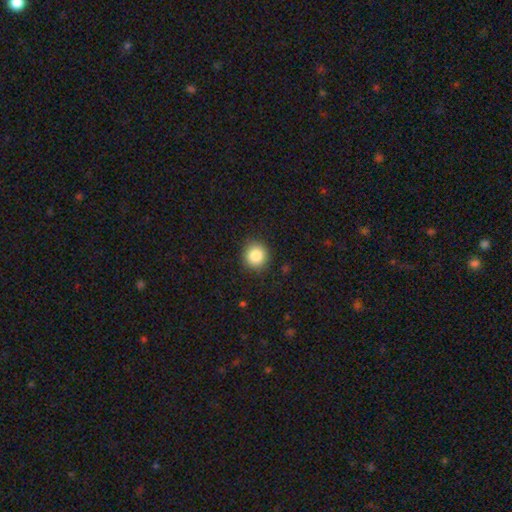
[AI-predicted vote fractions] A smooth galaxy with no disk features (86%) that is round (91%).

Vote fractions:
- Smooth or featured? smooth: 86% / star or artifact: 9% / featured or disk: 5%
- How rounded? round: 91% / in between: 8% / cigar-shaped: 1%
- Merging? none: 90% / minor disturbance: 7% / major disturbance: 2% / merger: 1%